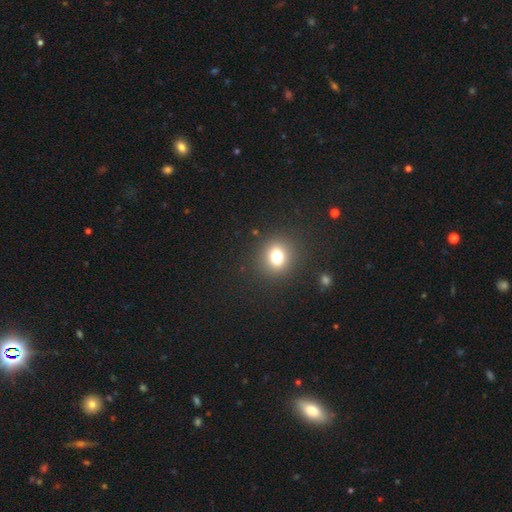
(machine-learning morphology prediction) This is possibly a smooth galaxy (58%). How rounded: clearly round (88%). Merging: clearly none (91%).